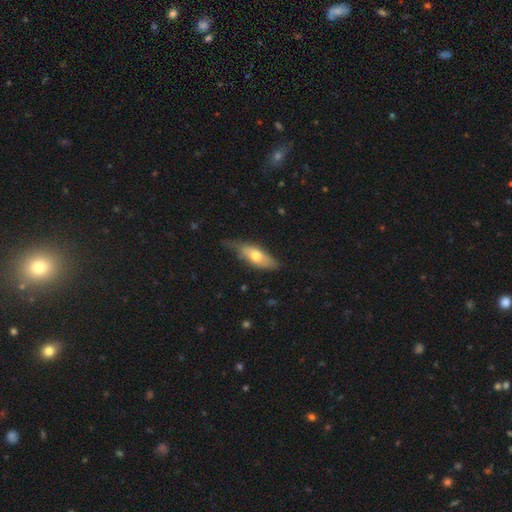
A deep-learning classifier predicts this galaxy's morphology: Smooth or featured? smooth (61%)
How rounded? in between (62%)
Merging? none (55%)